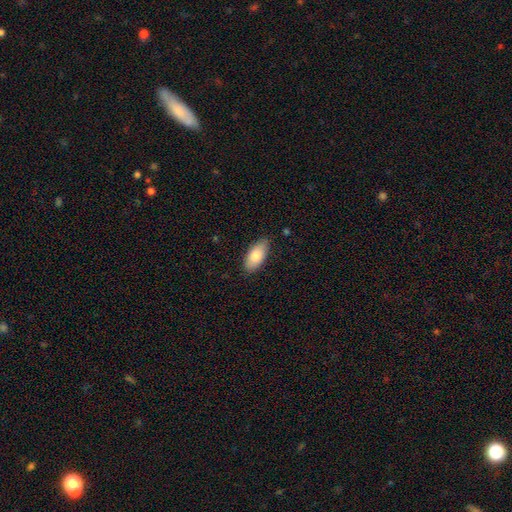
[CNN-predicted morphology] Smooth or featured? Predicted: smooth (p=0.83). How rounded? Predicted: in between (p=0.91). Merging? Predicted: none (p=0.83).